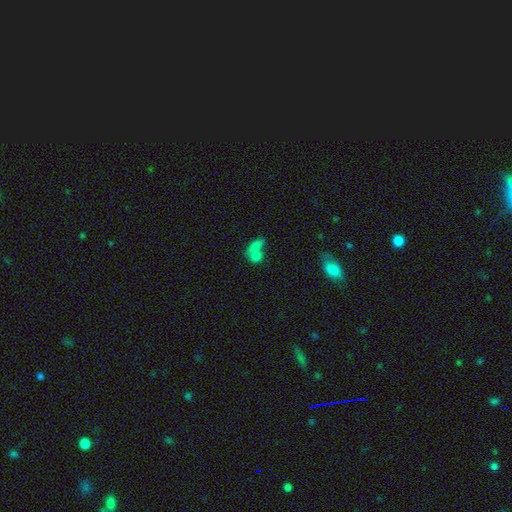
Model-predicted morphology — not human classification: smooth-or-featured: smooth: 73% | featured or disk: 15% | star or artifact: 11%
  how-rounded: in between: 66% | round: 30% | cigar-shaped: 4%
  merging: merger: 66% | none: 21% | minor disturbance: 7% | major disturbance: 6%